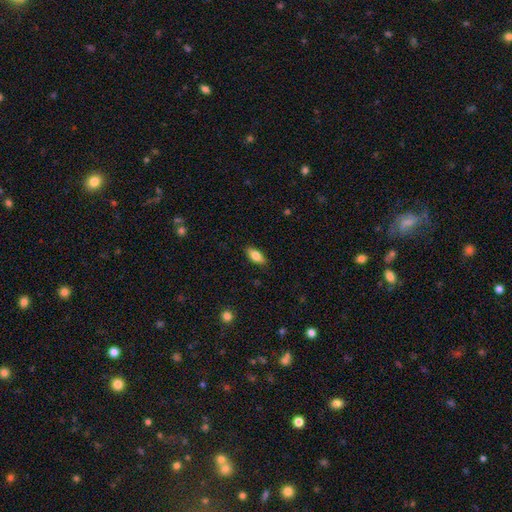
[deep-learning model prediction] A smooth galaxy with no disk features (76%) that is in between round and cigar-shaped (83%).

Vote fractions:
- Smooth or featured? smooth: 76% / featured or disk: 17% / star or artifact: 7%
- How rounded? in between: 83% / cigar-shaped: 14% / round: 3%
- Merging? none: 87% / minor disturbance: 10% / major disturbance: 2% / merger: 1%